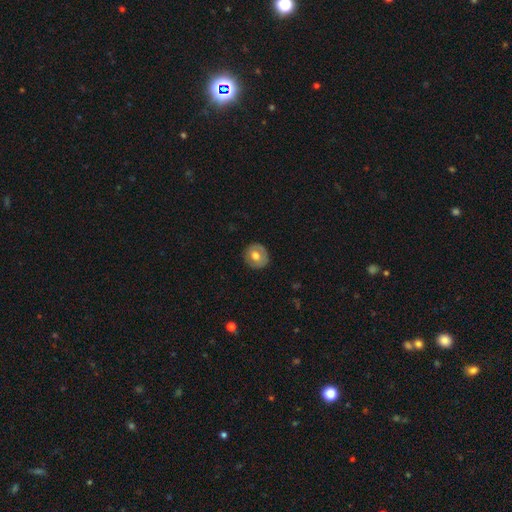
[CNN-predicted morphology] A smooth galaxy with no disk features (63%) that is round (88%). Merging: none (86%).